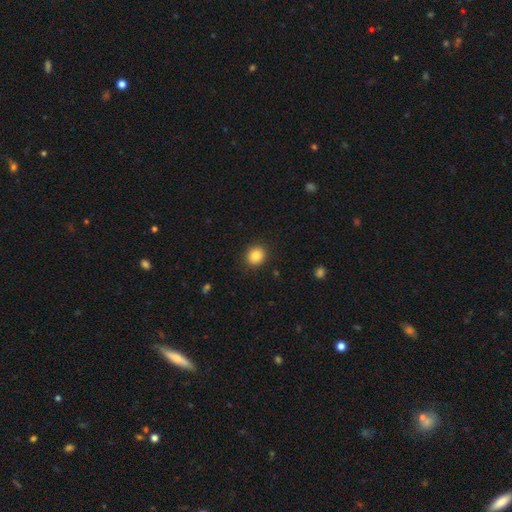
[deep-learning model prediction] Smooth or featured? smooth (86%)
How rounded? round (79%)
Merging? none (90%)